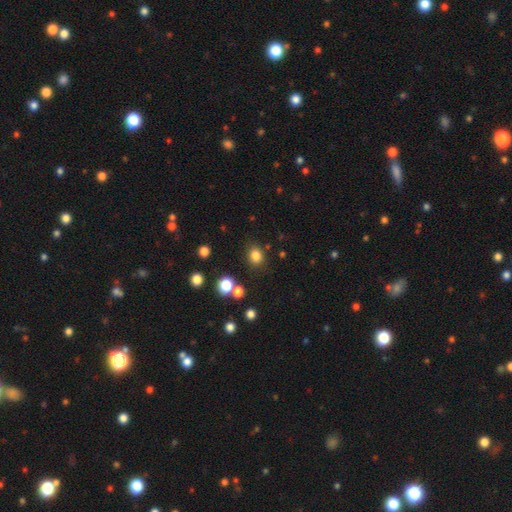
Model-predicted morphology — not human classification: Smooth or featured: smooth — 81% (star or artifact — 14%)
How rounded: round — 66% (in between — 33%)
Merging: none — 81% (minor disturbance — 11%)